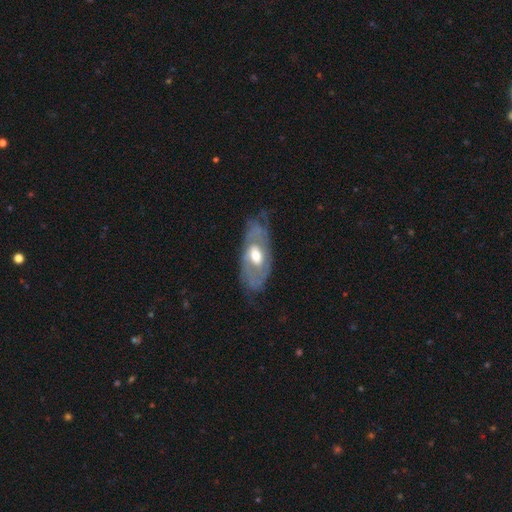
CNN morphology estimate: A featured or disk galaxy (71%) with no bar (62%), spiral arms (66%) and a moderate central bulge (69%).

Vote fractions:
- Smooth or featured? featured or disk: 71% / smooth: 24% / star or artifact: 5%
- Edge-on disk? no: 88% / yes: 12%
- Bar? no: 62% / weak: 30% / strong: 8%
- Spiral arms? yes: 66% / no: 34%
- Bulge size? moderate: 69% / large: 19% / small: 9% / dominant: 1% / none: 1%
- Merging? none: 61% / minor disturbance: 25% / major disturbance: 13% / merger: 2%